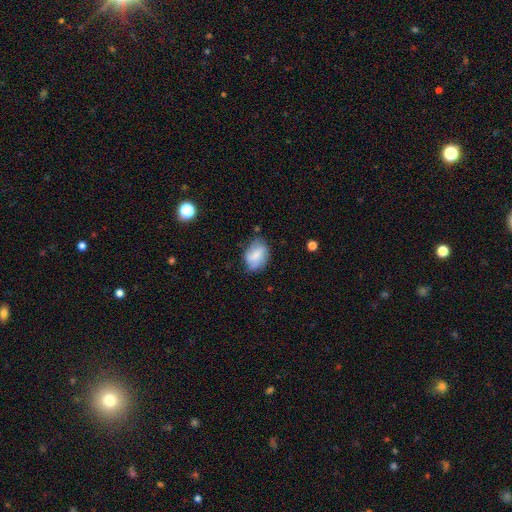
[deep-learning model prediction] smooth-or-featured: smooth: 64% | featured or disk: 27% | star or artifact: 8%
  how-rounded: in between: 76% | round: 23% | cigar-shaped: 1%
  merging: none: 64% | minor disturbance: 26% | major disturbance: 7% | merger: 2%